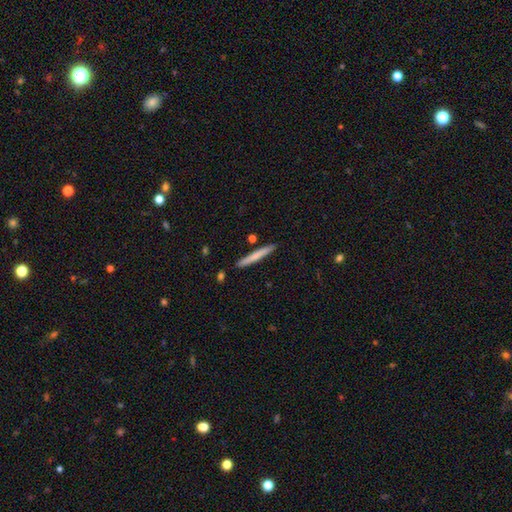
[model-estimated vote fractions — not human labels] Smooth or featured?
  - smooth: 68% *
  - featured or disk: 27%
  - star or artifact: 5%
How rounded?
  - cigar-shaped: 96% *
  - in between: 2%
  - round: 1%
Merging?
  - none: 89% *
  - minor disturbance: 7%
  - merger: 2%
  - major disturbance: 1%